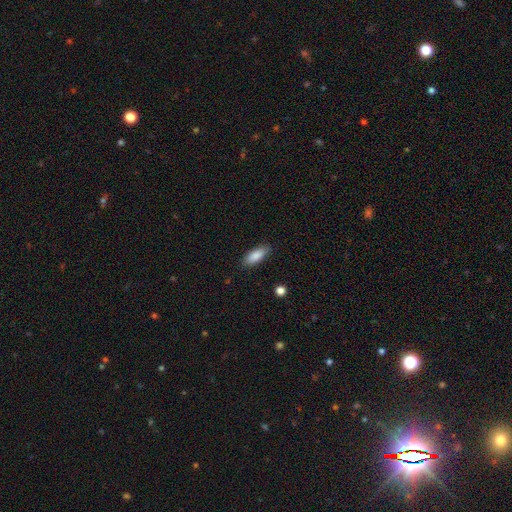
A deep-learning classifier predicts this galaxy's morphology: The model was most divided on "how rounded": in between: 73%, cigar-shaped: 25%, round: 2%. More confident: smooth or featured — smooth (86%); merging — none (86%).